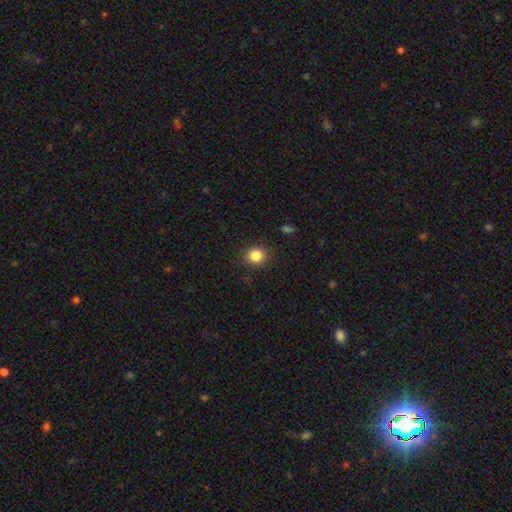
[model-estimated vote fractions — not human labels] smooth_or_featured: smooth (p=0.85) [alt: star or artifact p=0.11]
how_rounded: round (p=0.78) [alt: in between p=0.21]
merging: none (p=0.88) [alt: minor disturbance p=0.08]